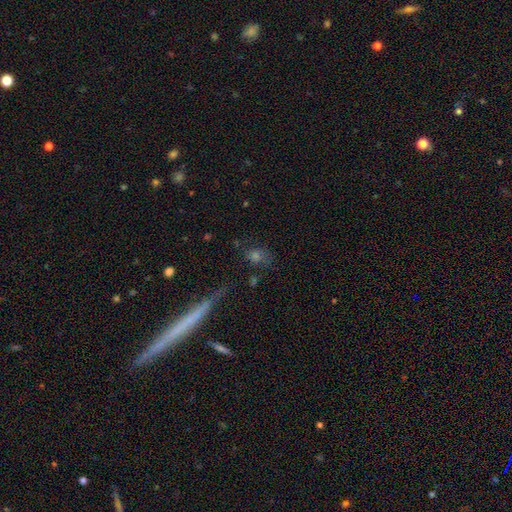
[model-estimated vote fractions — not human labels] A smooth galaxy with no disk features (53%) that is in between round and cigar-shaped (45%). Merging: none (64%).